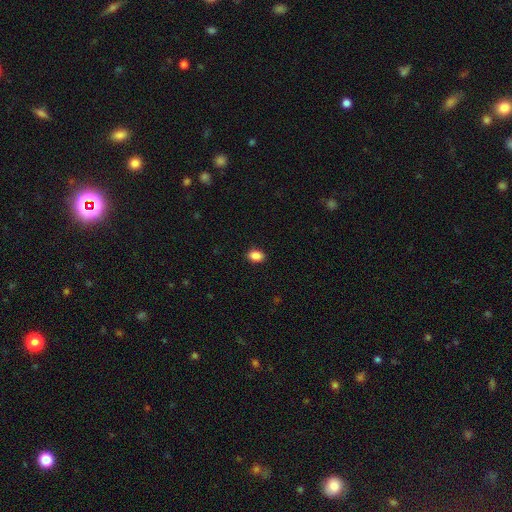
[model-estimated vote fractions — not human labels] The model was most divided on "how rounded": in between: 77%, round: 22%, cigar-shaped: 1%. More confident: merging — none (89%); smooth or featured — smooth (88%).